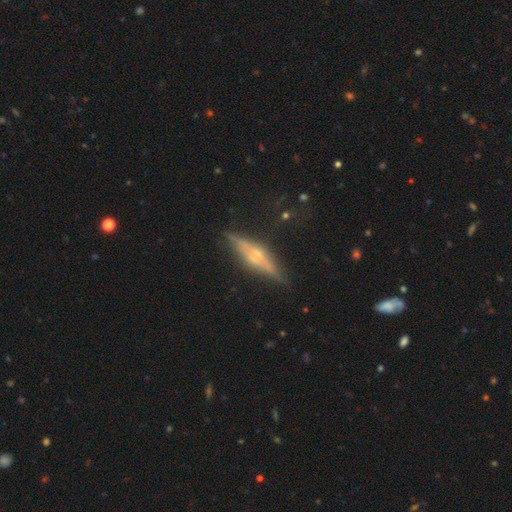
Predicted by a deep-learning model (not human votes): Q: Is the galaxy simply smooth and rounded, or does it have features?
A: featured or disk — 71%.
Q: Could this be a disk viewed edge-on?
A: yes — 94%.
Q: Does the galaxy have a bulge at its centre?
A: rounded — 73%.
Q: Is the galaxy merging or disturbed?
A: none — 81%.